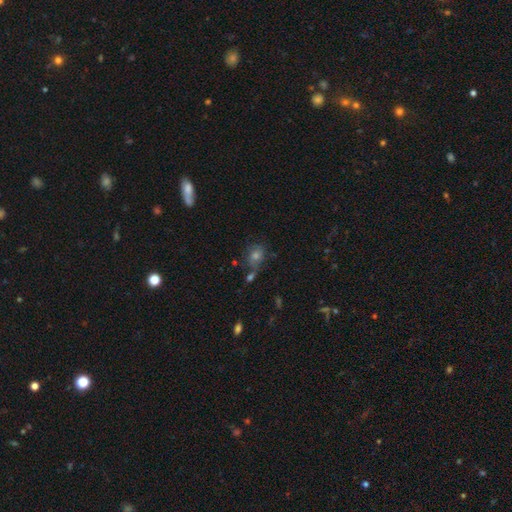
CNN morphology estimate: Overall: smooth (48%; star or artifact 29%). Merging: none (60%).